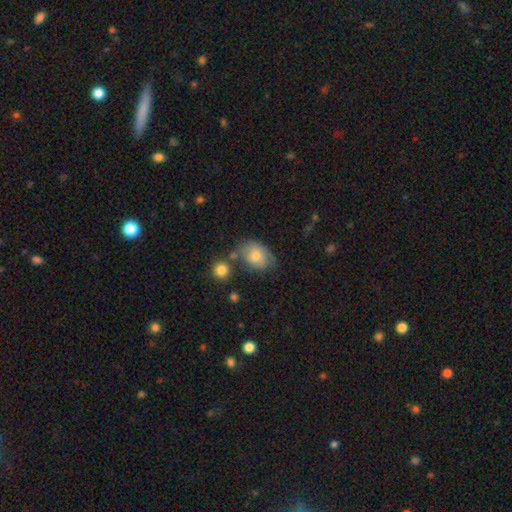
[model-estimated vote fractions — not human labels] Overall: smooth (68%). How rounded: in between (77%). Merging: none (50%; minor disturbance 28%).